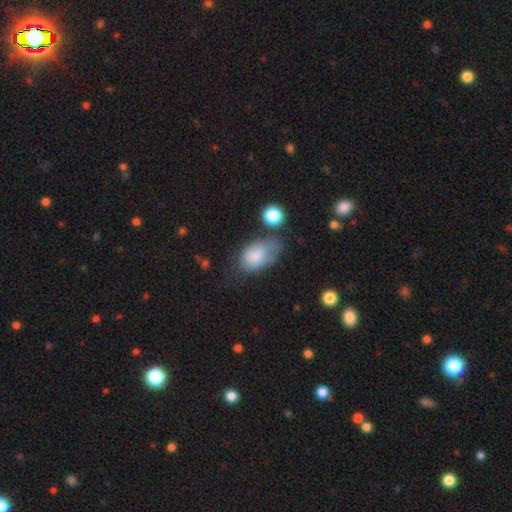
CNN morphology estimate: smooth_or_featured: smooth (p=0.77) [alt: featured or disk p=0.14]
how_rounded: in between (p=0.89) [alt: round p=0.09]
merging: none (p=0.35) [alt: minor disturbance p=0.33]